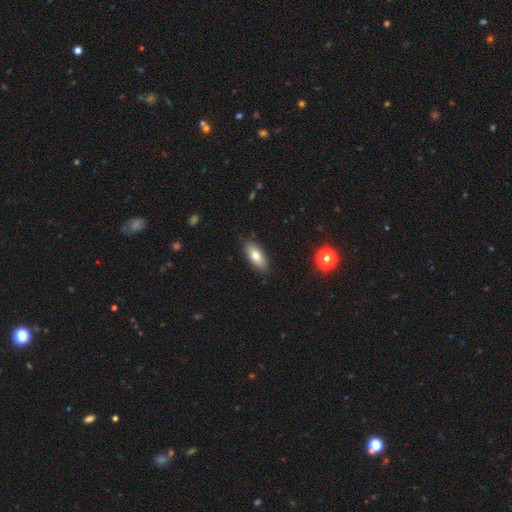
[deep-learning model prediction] The model was most divided on "smooth or featured": smooth: 74%, featured or disk: 18%, star or artifact: 8%. More confident: merging — none (86%); how rounded — in between (81%).